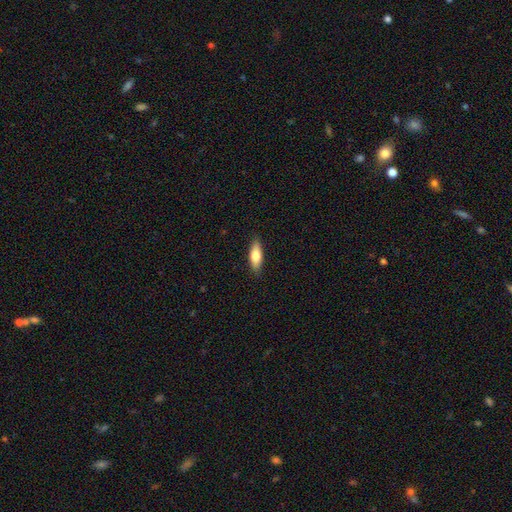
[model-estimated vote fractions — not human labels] smooth_or_featured: smooth (p=0.72) [alt: featured or disk p=0.22]
how_rounded: in between (p=0.60) [alt: cigar-shaped p=0.37]
merging: none (p=0.87) [alt: minor disturbance p=0.10]